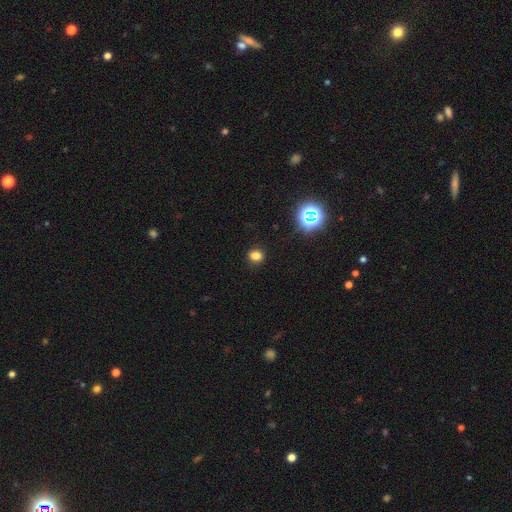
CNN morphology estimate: A smooth galaxy with no disk features (77%) that is round (70%). Merging: none (89%).